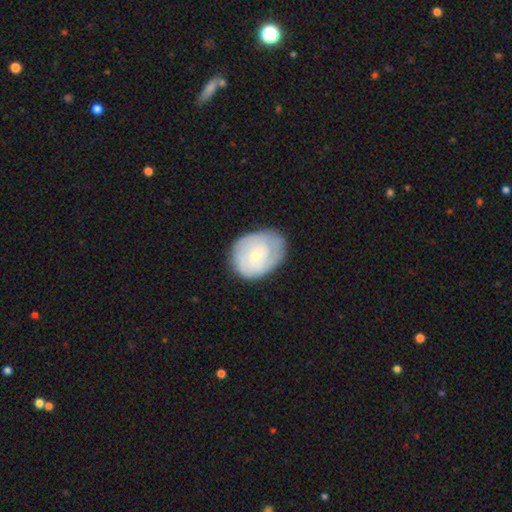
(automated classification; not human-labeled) A featured or disk galaxy (50%). Merging: none (65%).